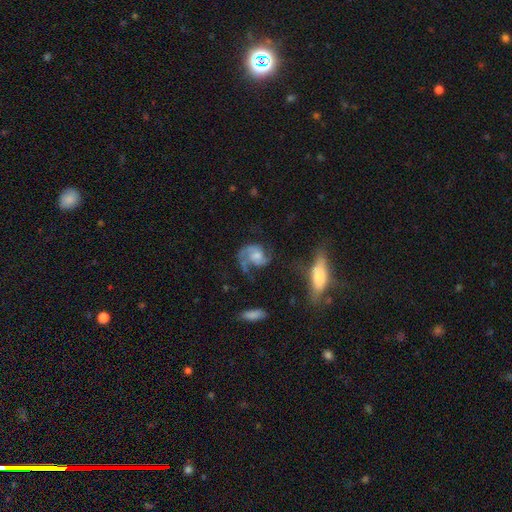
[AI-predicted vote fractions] smooth_or_featured: featured or disk (p=0.83) [alt: smooth p=0.11]
disk_edge_on: no (p=0.98) [alt: yes p=0.02]
bar: no (p=0.63) [alt: weak p=0.31]
has_spiral_arms: yes (p=0.95) [alt: no p=0.05]
spiral_winding: medium (p=0.51) [alt: loose p=0.25]
spiral_arm_count: 2 (p=0.76) [alt: 1 p=0.11]
bulge_size: moderate (p=0.43) [alt: small p=0.27]
merging: none (p=0.49) [alt: major disturbance p=0.24]